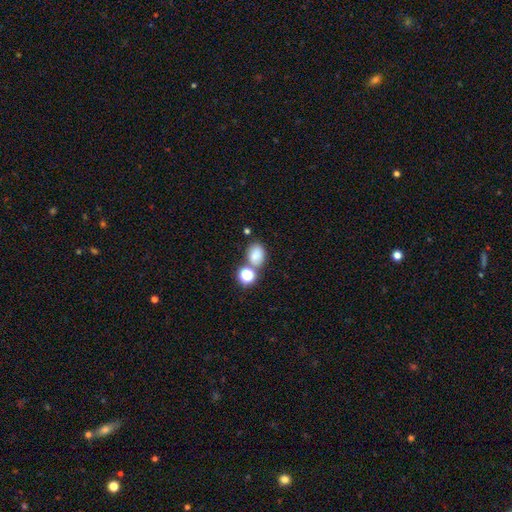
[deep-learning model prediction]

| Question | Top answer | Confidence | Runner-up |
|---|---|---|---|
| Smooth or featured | smooth | 78% | star or artifact (13%) |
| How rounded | in between | 63% | round (36%) |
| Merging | none | 57% | merger (25%) |